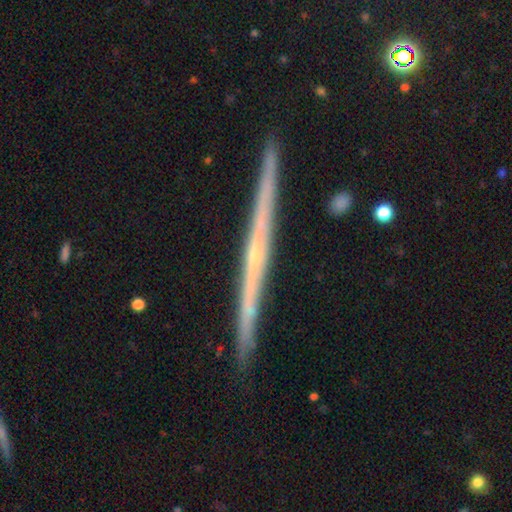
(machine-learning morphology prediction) Smooth or featured? featured or disk (79%)
Edge-on disk? yes (98%)
Edge-on bulge? none (58%)
Merging? none (91%)